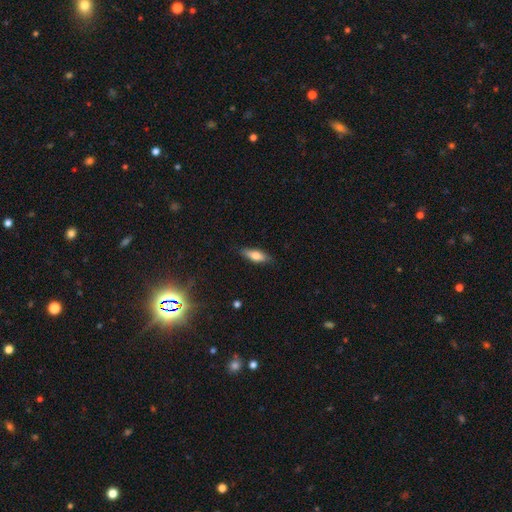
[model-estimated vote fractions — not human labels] This appears to be a smooth galaxy with no disk features (72%) that is in between round and cigar-shaped (62%). Merging: none (82%).